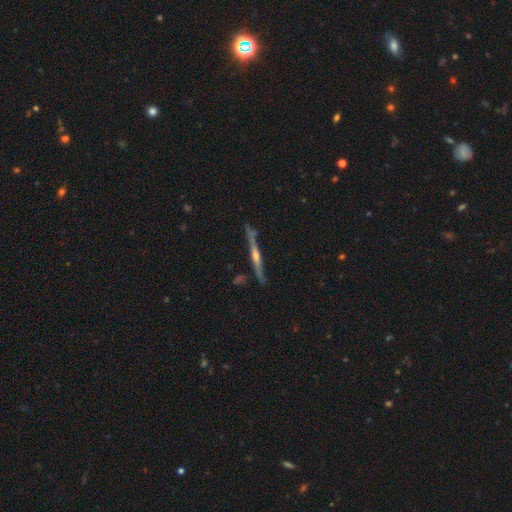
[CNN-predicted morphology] smooth_or_featured: featured or disk (p=0.81) [alt: smooth p=0.14]
disk_edge_on: yes (p=0.98) [alt: no p=0.02]
edge_on_bulge: rounded (p=0.84) [alt: none p=0.11]
merging: none (p=0.86) [alt: minor disturbance p=0.10]